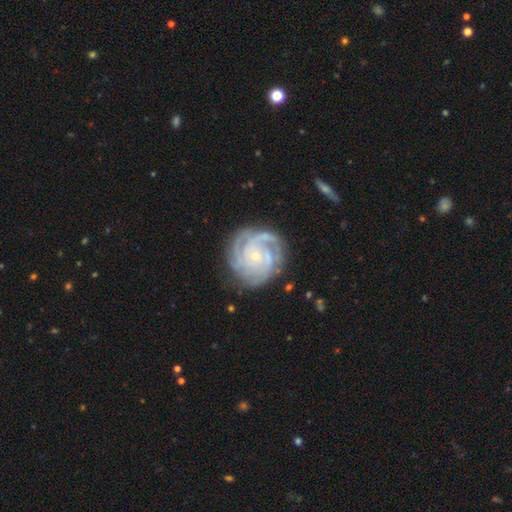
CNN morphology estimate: smooth-or-featured: featured or disk: 89% | smooth: 6% | star or artifact: 6%
  disk-edge-on: no: 98% | yes: 2%
    bar: no: 78% | weak: 18% | strong: 5%
    has-spiral-arms: yes: 98% | no: 2%
      spiral-winding: tight: 74% | medium: 23% | loose: 3%
      spiral-arm-count: 4: 34% | 3: 28% | can't tell: 14% | more than 4: 9% | 2: 9% | 1: 6%
    bulge-size: small: 81% | moderate: 16% | none: 2% | large: 1% | dominant: 1%
  merging: none: 77% | minor disturbance: 16% | major disturbance: 5% | merger: 2%